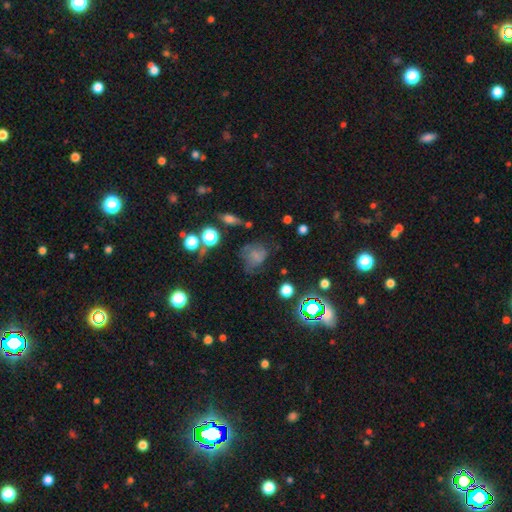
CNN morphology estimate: Smooth or featured? Predicted: smooth (p=0.51). How rounded? Predicted: round (p=0.59). Merging? Predicted: none (p=0.42).